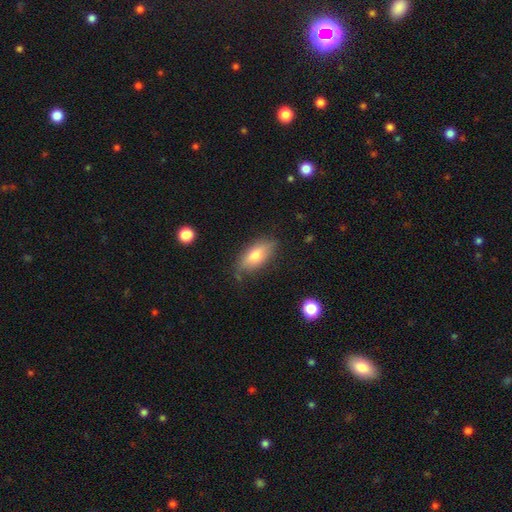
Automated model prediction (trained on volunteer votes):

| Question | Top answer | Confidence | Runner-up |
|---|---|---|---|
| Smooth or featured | smooth | 64% | featured or disk (29%) |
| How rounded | in between | 79% | cigar-shaped (17%) |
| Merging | none | 75% | minor disturbance (19%) |